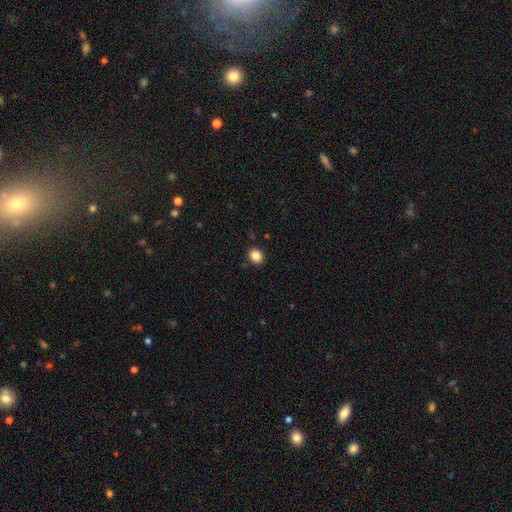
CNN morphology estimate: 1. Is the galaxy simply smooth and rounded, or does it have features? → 85% smooth, 11% star or artifact, 4% featured or disk.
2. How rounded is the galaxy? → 70% round, 29% in between, 1% cigar-shaped.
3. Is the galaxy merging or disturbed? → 91% none, 6% minor disturbance, 2% major disturbance, 1% merger.